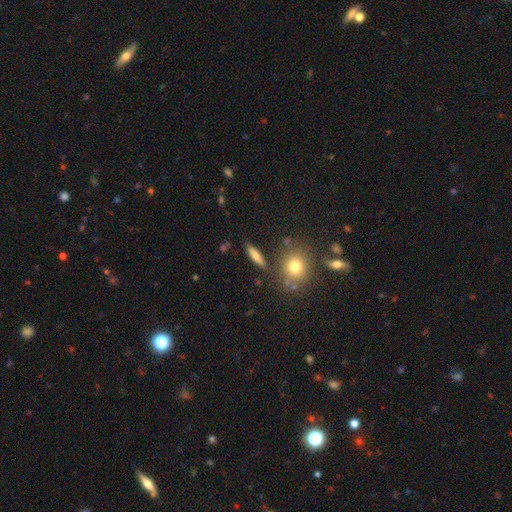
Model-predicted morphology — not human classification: smooth 66%, featured or disk 24%, star or artifact 10%. Down the decision tree: how rounded — cigar-shaped (66%); merging — none (81%).